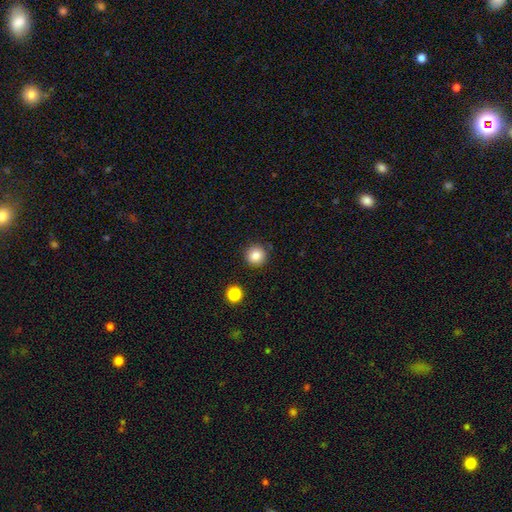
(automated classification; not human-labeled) The model was most divided on "smooth or featured": smooth: 85%, star or artifact: 10%, featured or disk: 5%. More confident: how rounded — round (95%); merging — none (89%).